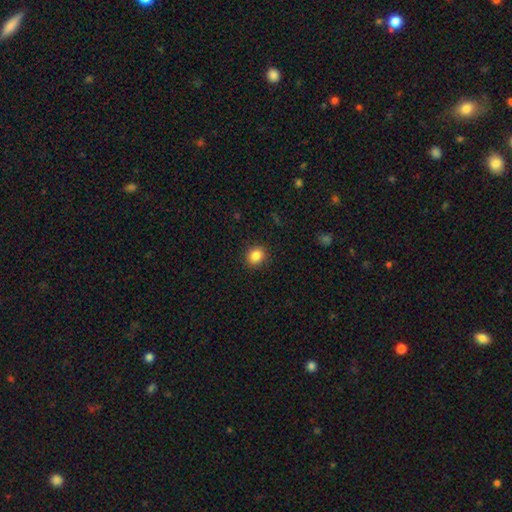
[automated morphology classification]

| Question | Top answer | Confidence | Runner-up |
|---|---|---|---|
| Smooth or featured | smooth | 86% | star or artifact (10%) |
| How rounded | round | 73% | in between (26%) |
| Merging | none | 91% | minor disturbance (6%) |